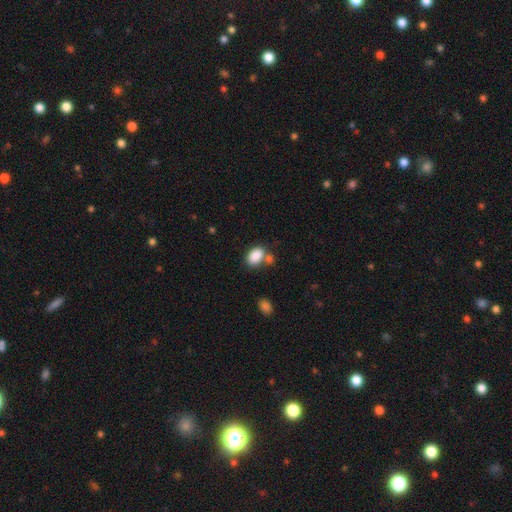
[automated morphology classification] type=smooth (87%); roundness=in between (86%); merging=none (57%).